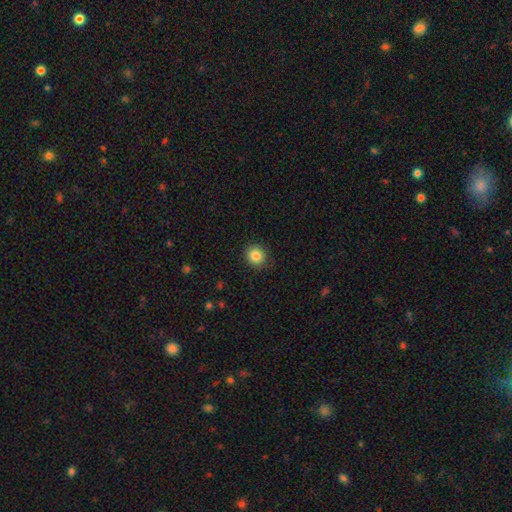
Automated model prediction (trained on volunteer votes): smooth_or_featured: smooth (p=0.85) [alt: star or artifact p=0.10]
how_rounded: round (p=0.85) [alt: in between p=0.14]
merging: none (p=0.88) [alt: minor disturbance p=0.09]